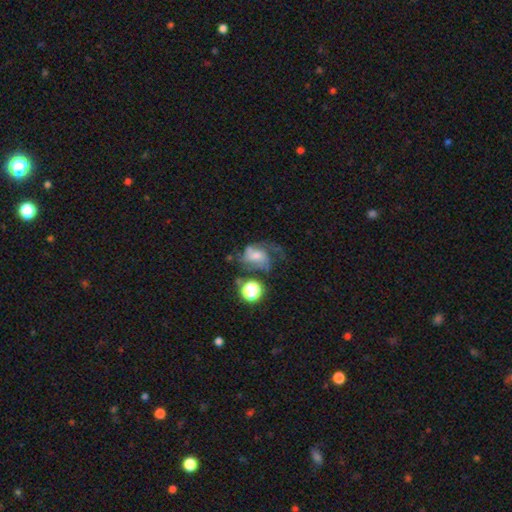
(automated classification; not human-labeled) Smooth or featured? Predicted: featured or disk (p=0.59). Edge-on disk? Predicted: no (p=0.97). Bar? Predicted: no (p=0.65). Spiral arms? Predicted: yes (p=0.81). Bulge size? Predicted: moderate (p=0.43). Merging? Predicted: major disturbance (p=0.37).